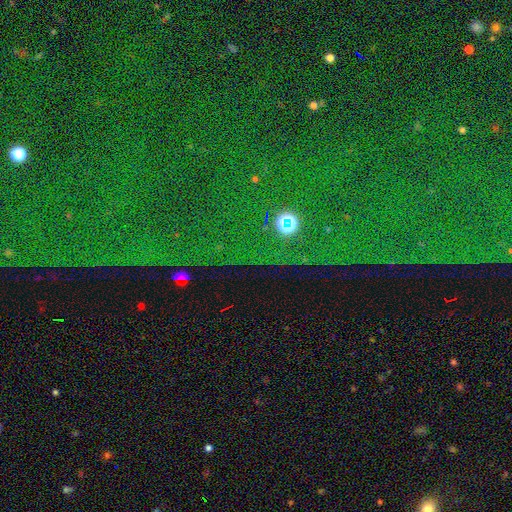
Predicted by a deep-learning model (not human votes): Overall: star or artifact (83%).